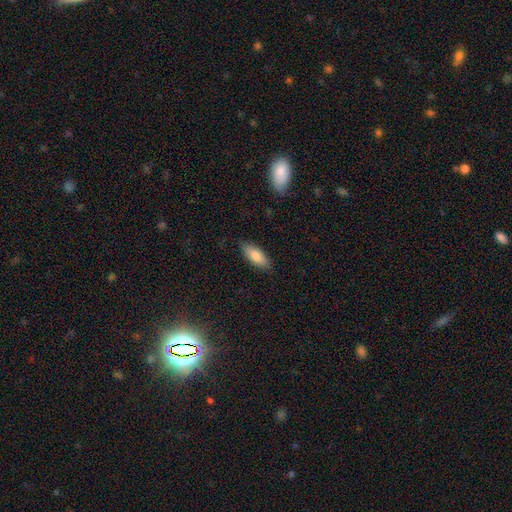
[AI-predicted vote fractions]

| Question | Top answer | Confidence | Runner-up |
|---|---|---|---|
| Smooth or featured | smooth | 83% | featured or disk (11%) |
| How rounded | in between | 77% | cigar-shaped (21%) |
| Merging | none | 84% | minor disturbance (12%) |